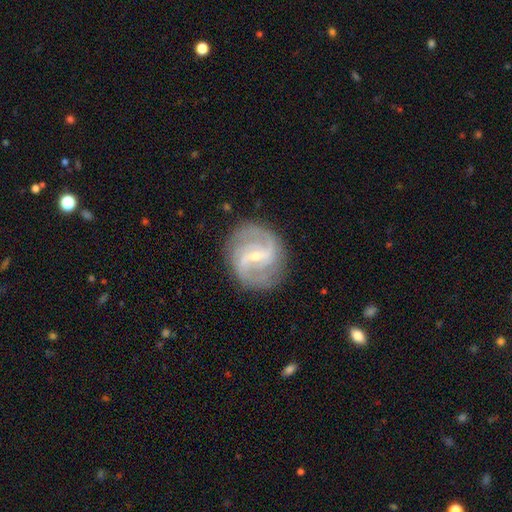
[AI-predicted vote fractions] Smooth or featured? Predicted: featured or disk (p=0.89). Edge-on disk? Predicted: no (p=0.97). Bar? Predicted: weak (p=0.48). Spiral arms? Predicted: yes (p=0.97). Spiral winding? Predicted: medium (p=0.51). Spiral arm count? Predicted: 2 (p=0.75). Bulge size? Predicted: small (p=0.70). Merging? Predicted: none (p=0.82).